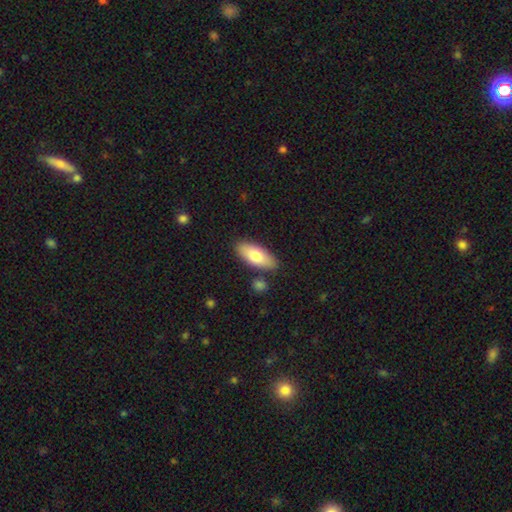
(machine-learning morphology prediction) This is likely a smooth galaxy (76%). How rounded: clearly in between (81%). Merging: clearly none (84%).